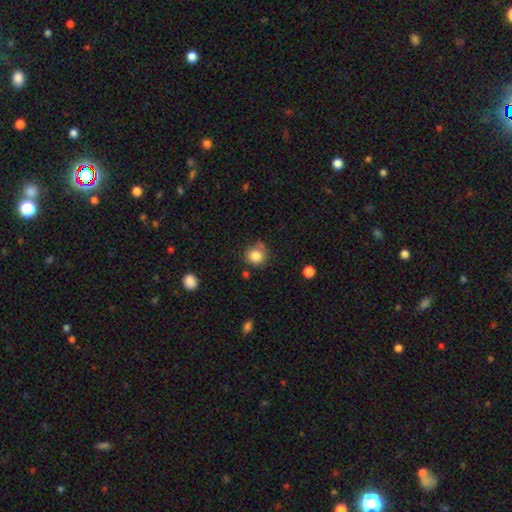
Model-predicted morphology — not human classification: Smooth or featured?
  - smooth: 83% *
  - star or artifact: 11%
  - featured or disk: 6%
How rounded?
  - round: 87% *
  - in between: 12%
  - cigar-shaped: 1%
Merging?
  - none: 67% *
  - minor disturbance: 18%
  - merger: 9%
  - major disturbance: 5%